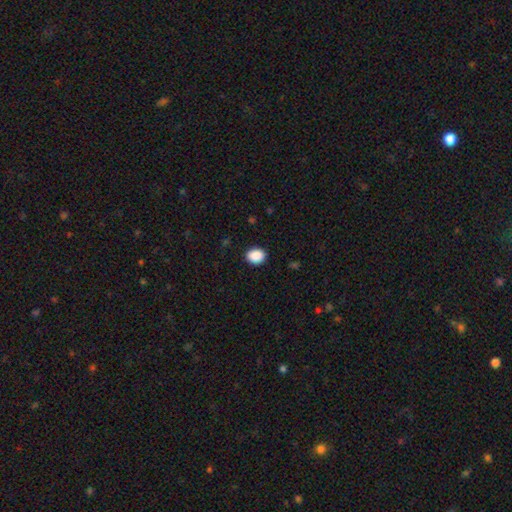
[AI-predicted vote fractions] The model was most divided on "how rounded": round: 51%, in between: 48%, cigar-shaped: 1%. More confident: merging — none (90%); smooth or featured — smooth (90%).